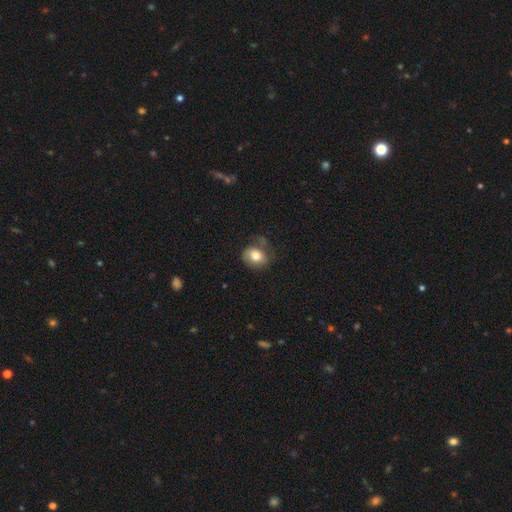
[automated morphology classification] Overall: smooth (77%). How rounded: in between (52%; round 47%). Merging: none (55%; minor disturbance 28%).